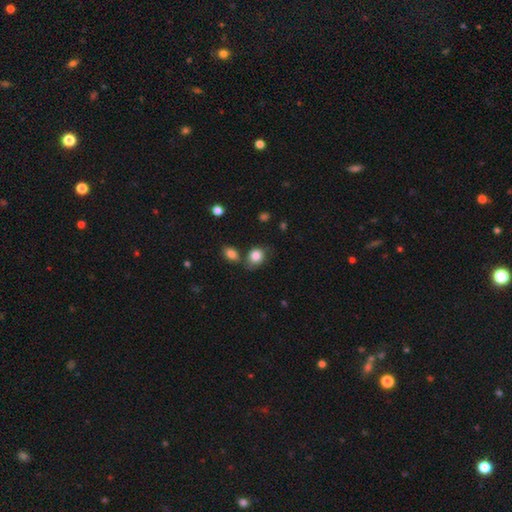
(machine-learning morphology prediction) Smooth or featured?
  - smooth: 85% *
  - star or artifact: 9%
  - featured or disk: 6%
How rounded?
  - round: 52% *
  - in between: 47%
  - cigar-shaped: 1%
Merging?
  - none: 62% *
  - minor disturbance: 18%
  - merger: 15%
  - major disturbance: 5%